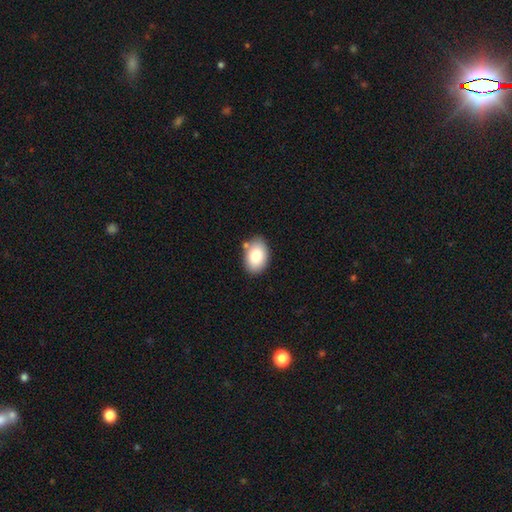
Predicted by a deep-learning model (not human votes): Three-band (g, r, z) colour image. It shows a smooth galaxy with no disk features (83%) that is in between round and cigar-shaped (86%). Merging: none (79%).